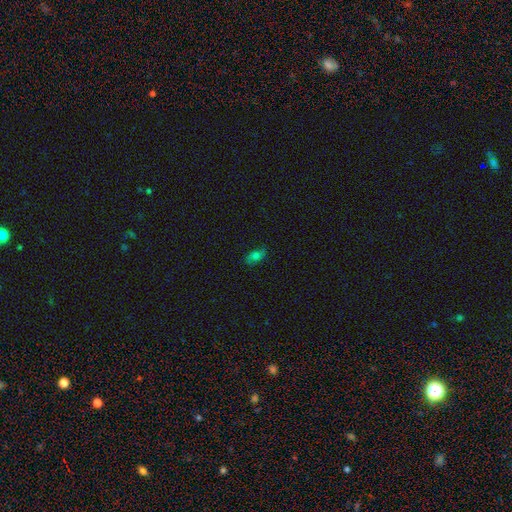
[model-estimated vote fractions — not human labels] This is possibly a smooth galaxy (55%). How rounded: clearly in between (83%). Merging: likely none (76%).